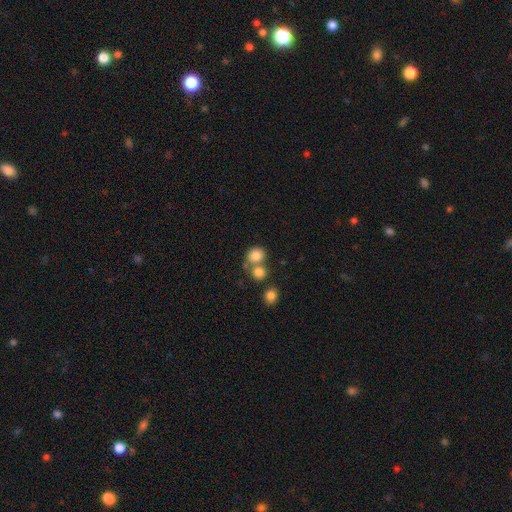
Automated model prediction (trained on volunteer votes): A smooth galaxy with no disk features (80%) that is round (78%).

Vote fractions:
- Smooth or featured? smooth: 80% / star or artifact: 11% / featured or disk: 9%
- How rounded? round: 78% / in between: 21% / cigar-shaped: 1%
- Merging? none: 47% / merger: 40% / minor disturbance: 9% / major disturbance: 4%